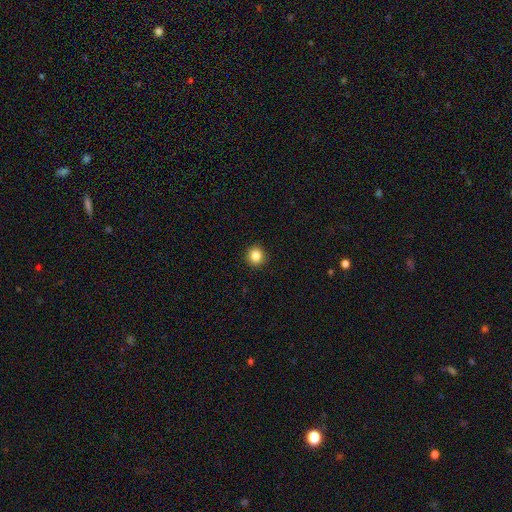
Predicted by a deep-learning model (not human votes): A smooth galaxy with no disk features (86%) that is round (91%). Merging: none (92%).